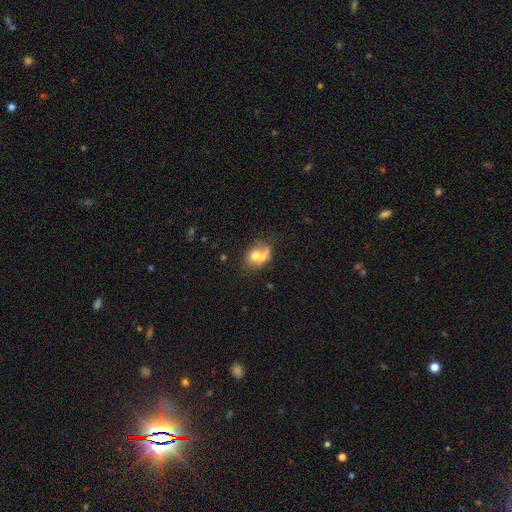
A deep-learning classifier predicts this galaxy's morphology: Smooth or featured?
  - smooth: 61% *
  - featured or disk: 28%
  - star or artifact: 11%
How rounded?
  - round: 53% *
  - in between: 46%
  - cigar-shaped: 1%
Merging?
  - merger: 55% *
  - none: 30%
  - minor disturbance: 10%
  - major disturbance: 5%